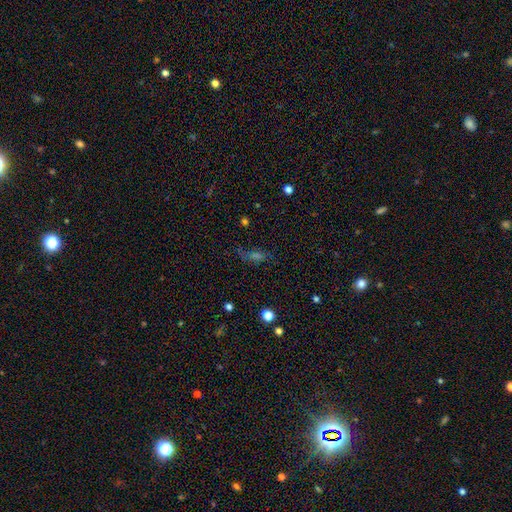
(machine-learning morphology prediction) smooth-or-featured: smooth: 38% | star or artifact: 32% | featured or disk: 29%
  merging: none: 63% | minor disturbance: 20% | major disturbance: 14% | merger: 3%